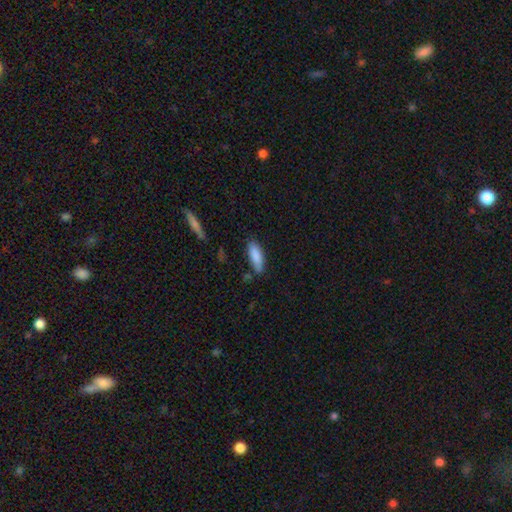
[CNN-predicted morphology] Overall: smooth (86%). How rounded: in between (61%; cigar-shaped 38%). Merging: none (75%).